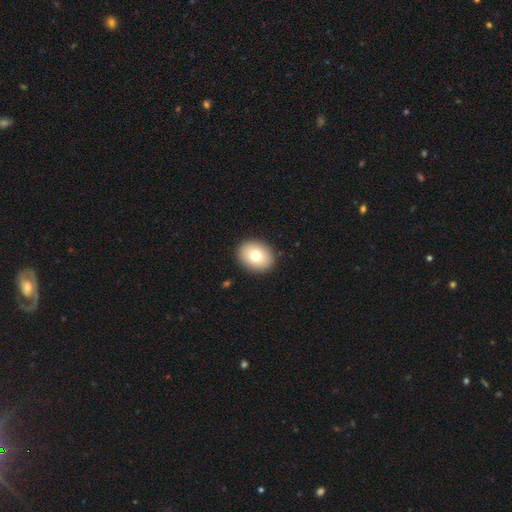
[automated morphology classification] smooth 76%, featured or disk 15%, star or artifact 9%. Down the decision tree: how rounded — in between (54%); merging — none (91%).